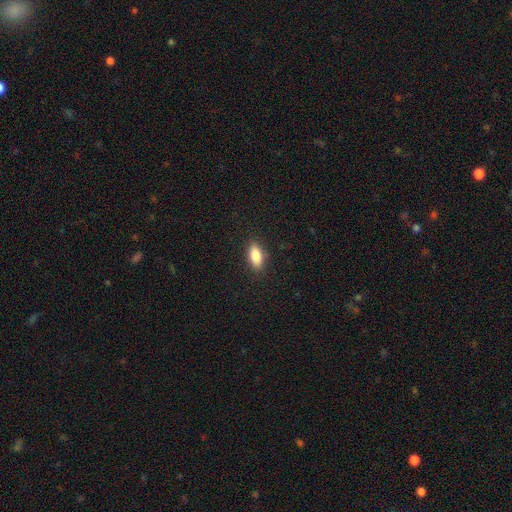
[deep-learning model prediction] A smooth galaxy with no disk features (85%) that is in between round and cigar-shaped (83%). Merging: none (88%).